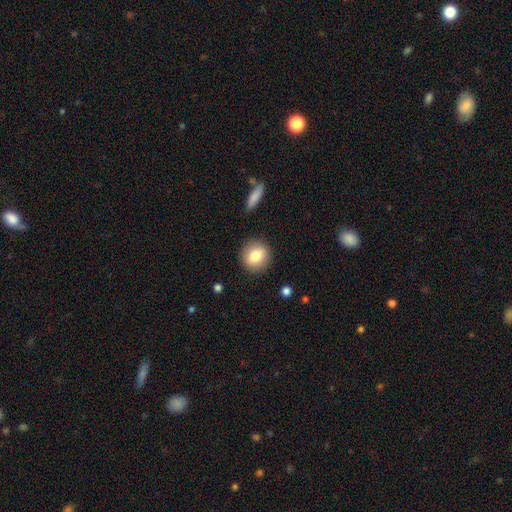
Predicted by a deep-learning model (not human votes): Q: Smooth or featured?
A: smooth (79%); runner-up: featured or disk (13%)
Q: How rounded?
A: round (86%); runner-up: in between (13%)
Q: Merging?
A: none (89%); runner-up: minor disturbance (7%)